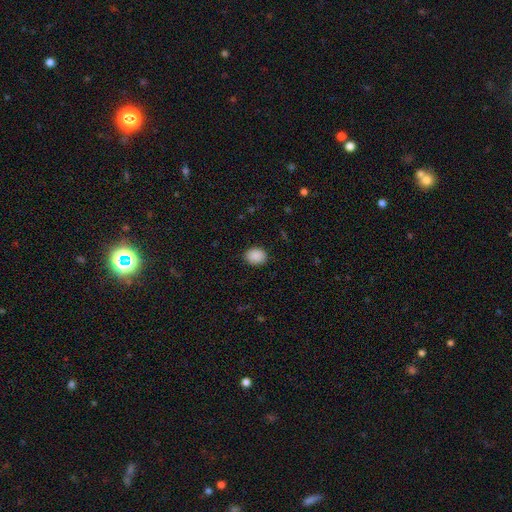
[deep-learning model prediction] Morphology: type=smooth (90%); roundness=round (52%); merging=none (89%).